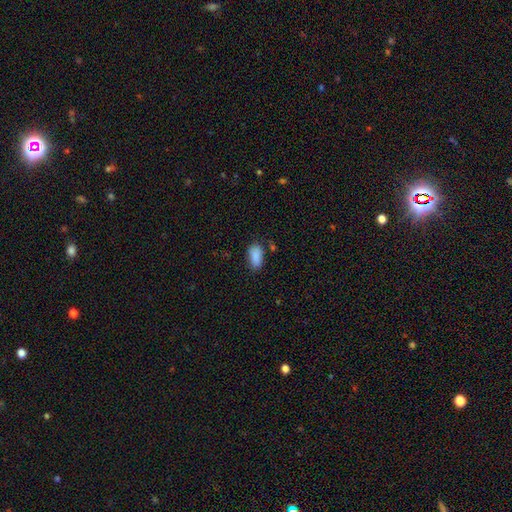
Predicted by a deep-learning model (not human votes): Smooth or featured?
  - smooth: 89% *
  - star or artifact: 7%
  - featured or disk: 4%
How rounded?
  - in between: 92% *
  - cigar-shaped: 4%
  - round: 4%
Merging?
  - none: 73% *
  - minor disturbance: 19%
  - major disturbance: 4%
  - merger: 4%